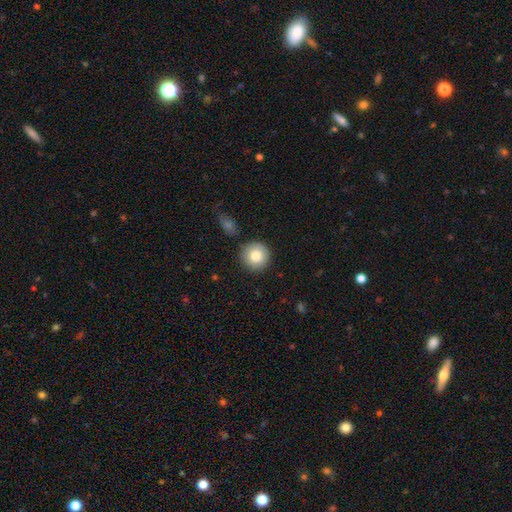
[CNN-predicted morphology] smooth-or-featured: smooth: 82% | featured or disk: 10% | star or artifact: 8%
  how-rounded: round: 95% | in between: 4% | cigar-shaped: 1%
  merging: none: 86% | minor disturbance: 8% | merger: 4% | major disturbance: 2%